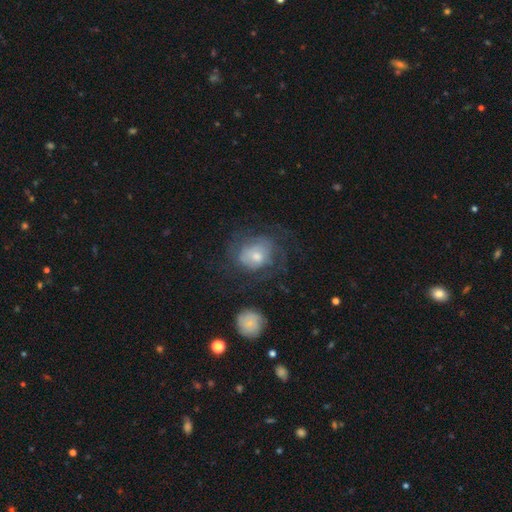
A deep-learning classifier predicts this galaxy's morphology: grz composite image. It shows a featured or disk galaxy (55%) with no bar (78%), spiral arms (70%) and a moderate central bulge (46%). Merging: none (54%).